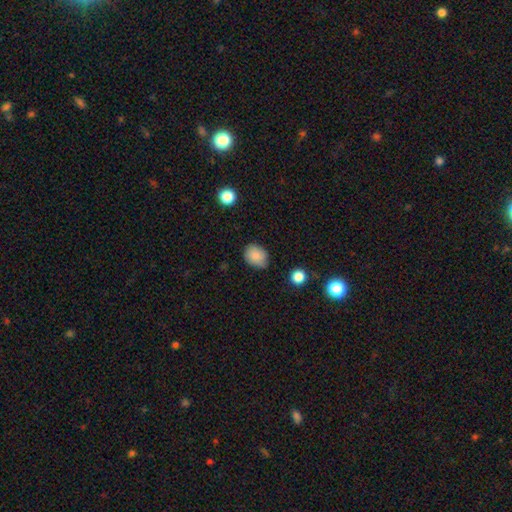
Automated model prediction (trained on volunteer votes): Morphology: type=smooth (83%); roundness=in between (54%); merging=none (71%).